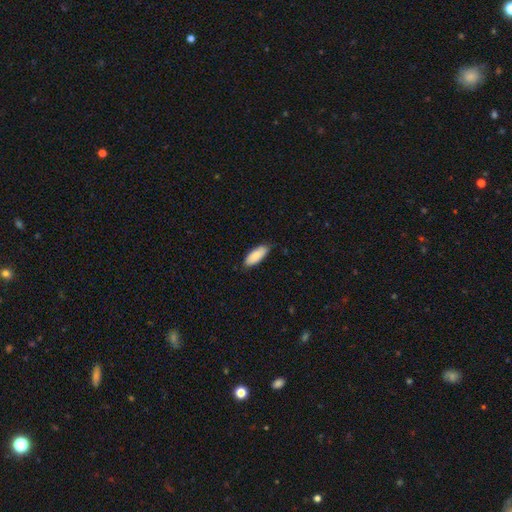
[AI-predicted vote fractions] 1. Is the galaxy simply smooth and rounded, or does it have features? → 89% smooth, 6% star or artifact, 5% featured or disk.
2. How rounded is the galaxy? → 80% in between, 18% cigar-shaped, 2% round.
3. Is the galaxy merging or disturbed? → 81% none, 16% minor disturbance, 2% major disturbance, 1% merger.